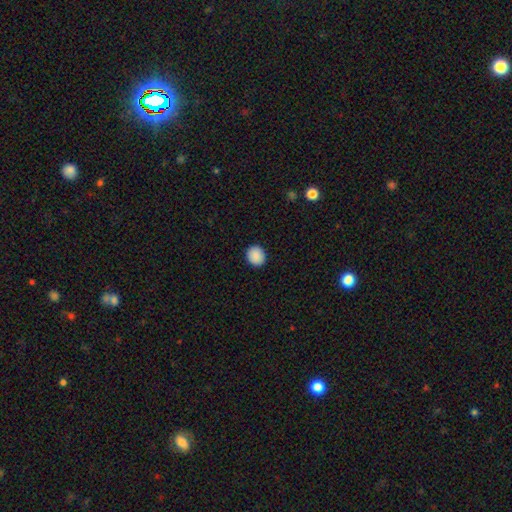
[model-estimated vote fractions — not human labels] Smooth or featured?
  - smooth: 89% *
  - star or artifact: 8%
  - featured or disk: 3%
How rounded?
  - round: 80% *
  - in between: 19%
  - cigar-shaped: 1%
Merging?
  - none: 92% *
  - minor disturbance: 6%
  - major disturbance: 2%
  - merger: 1%